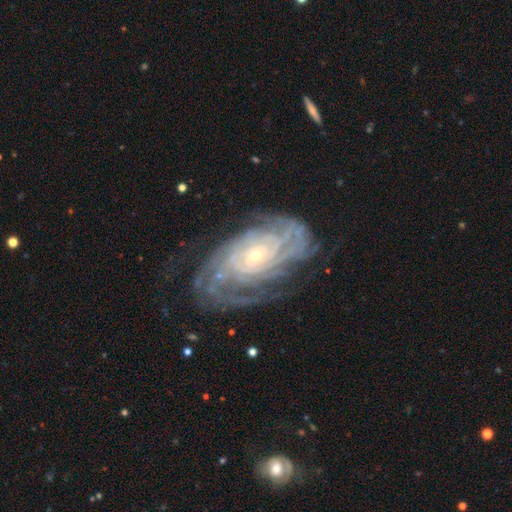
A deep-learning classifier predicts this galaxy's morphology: Smooth or featured? featured or disk (88%)
Edge-on disk? no (95%)
Bar? no (72%)
Spiral arms? yes (97%)
Spiral winding? tight (78%)
Spiral arm count? can't tell (29%)
Bulge size? small (77%)
Merging? none (70%)